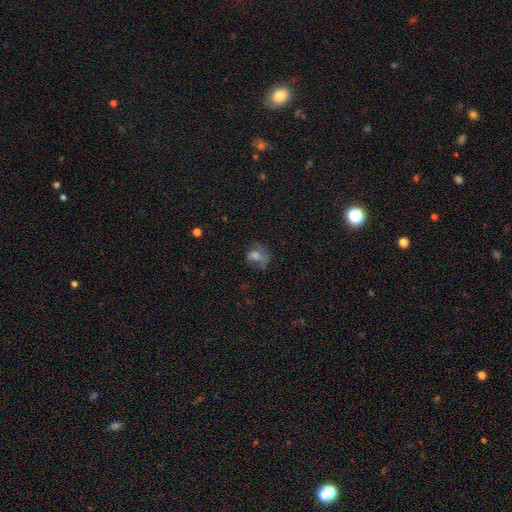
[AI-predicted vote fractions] Smooth or featured? Predicted: smooth (p=0.58). How rounded? Predicted: round (p=0.53). Merging? Predicted: none (p=0.42).